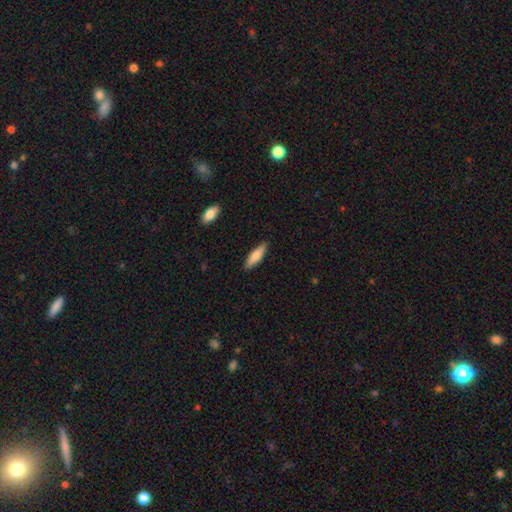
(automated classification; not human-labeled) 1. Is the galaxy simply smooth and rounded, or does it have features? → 77% smooth, 17% featured or disk, 6% star or artifact.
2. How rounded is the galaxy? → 61% cigar-shaped, 38% in between, 2% round.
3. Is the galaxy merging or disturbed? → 87% none, 10% minor disturbance, 2% major disturbance, 1% merger.